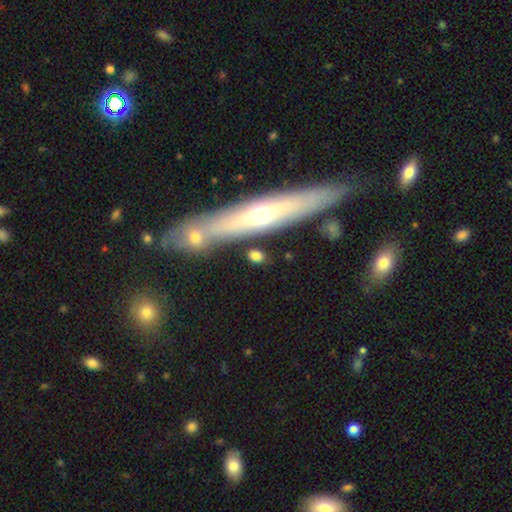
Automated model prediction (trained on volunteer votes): A smooth galaxy with no disk features (70%) that is in between round and cigar-shaped (45%).

Vote fractions:
- Smooth or featured? smooth: 70% / featured or disk: 22% / star or artifact: 8%
- How rounded? in between: 45% / cigar-shaped: 28% / round: 27%
- Merging? none: 76% / minor disturbance: 11% / merger: 9% / major disturbance: 4%